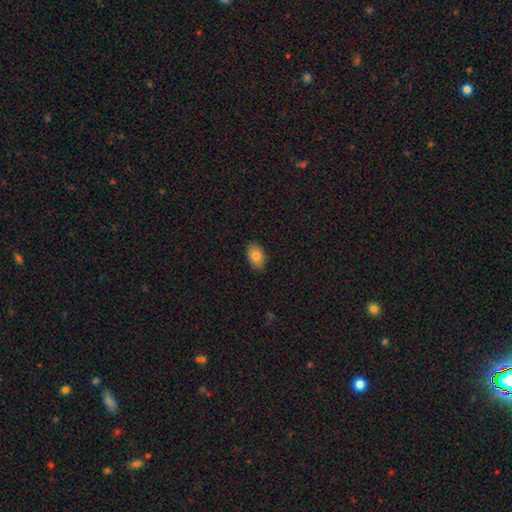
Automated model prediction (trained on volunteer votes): smooth-or-featured: smooth: 81% | featured or disk: 11% | star or artifact: 8%
  how-rounded: in between: 91% | round: 7% | cigar-shaped: 2%
  merging: none: 88% | minor disturbance: 9% | major disturbance: 2% | merger: 1%